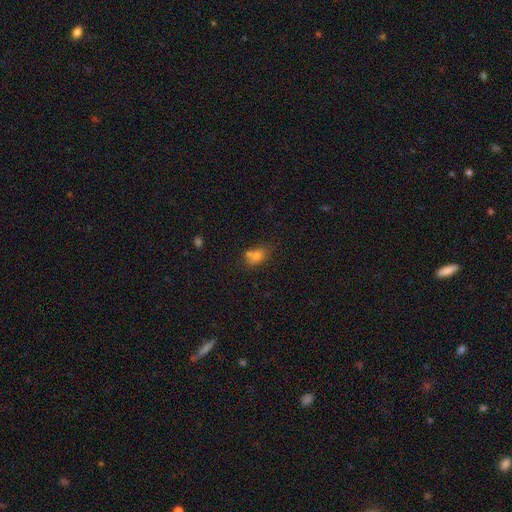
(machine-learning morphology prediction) This appears to be a smooth galaxy with no disk features (71%) that is in between round and cigar-shaped (64%). Merging: none (45%).